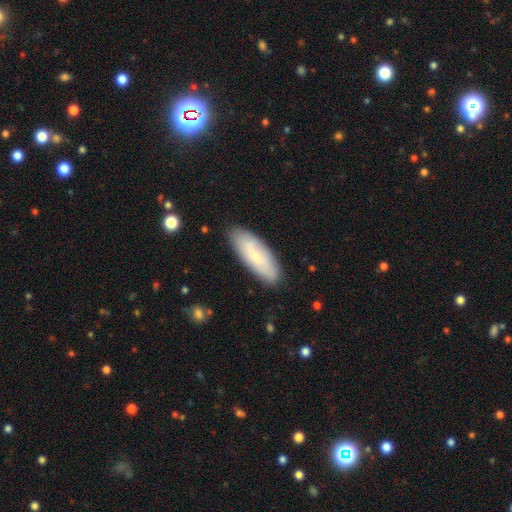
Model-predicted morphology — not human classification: smooth-or-featured: smooth: 66% | featured or disk: 28% | star or artifact: 6%
  how-rounded: in between: 65% | cigar-shaped: 33% | round: 2%
  merging: none: 84% | minor disturbance: 12% | major disturbance: 2% | merger: 2%